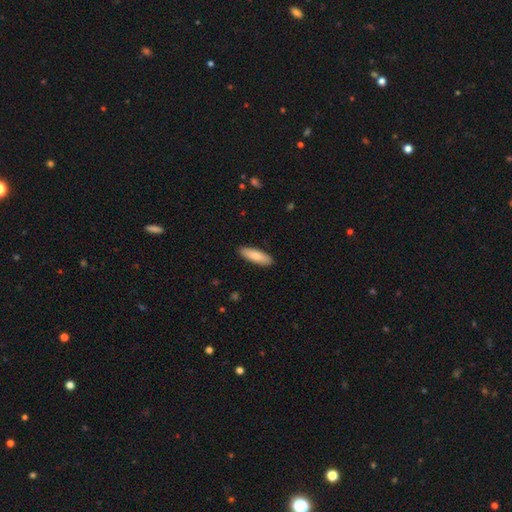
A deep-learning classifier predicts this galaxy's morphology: Smooth or featured? Predicted: smooth (p=0.81). How rounded? Predicted: cigar-shaped (p=0.51). Merging? Predicted: none (p=0.90).